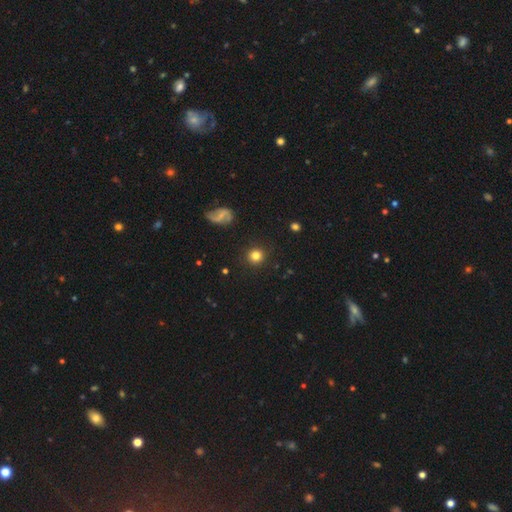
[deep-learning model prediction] A smooth galaxy with no disk features (78%) that is round (93%). Merging: none (89%).